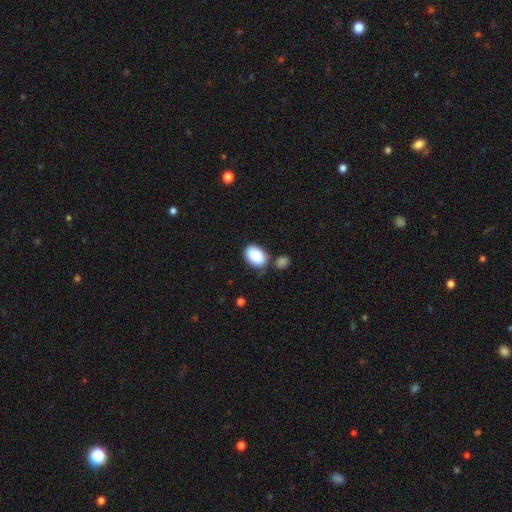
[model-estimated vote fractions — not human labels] Morphology: type=smooth (87%); roundness=in between (86%); merging=none (62%).